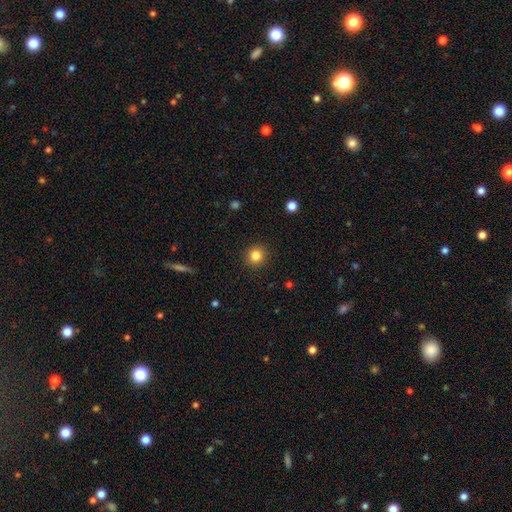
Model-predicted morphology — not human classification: Smooth or featured?
  - smooth: 84% *
  - star or artifact: 11%
  - featured or disk: 5%
How rounded?
  - round: 90% *
  - in between: 9%
  - cigar-shaped: 1%
Merging?
  - none: 91% *
  - minor disturbance: 6%
  - major disturbance: 2%
  - merger: 1%